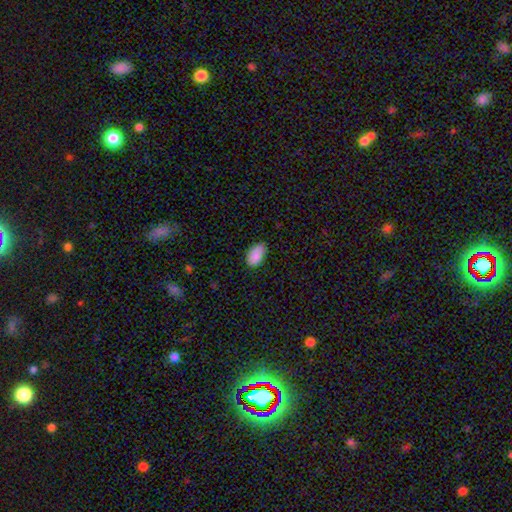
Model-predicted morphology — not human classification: Smooth or featured? smooth (88%)
How rounded? in between (95%)
Merging? none (73%)